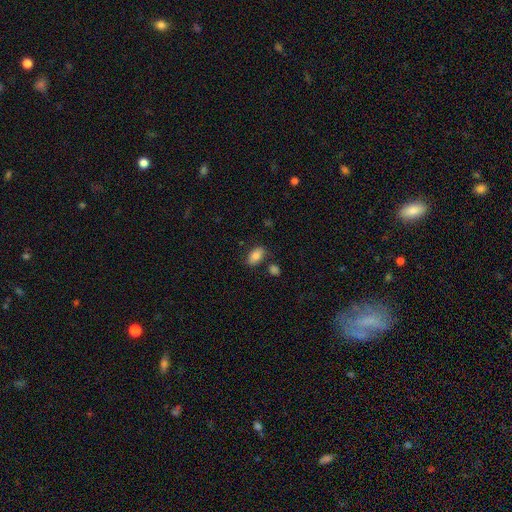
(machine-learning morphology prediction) A smooth galaxy with no disk features (82%) that is in between round and cigar-shaped (90%). Merging: none (76%).